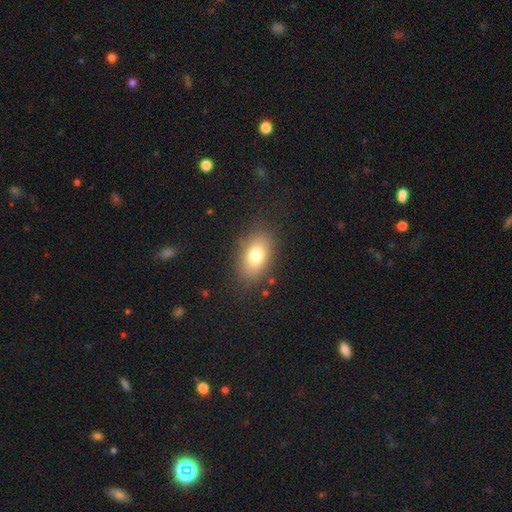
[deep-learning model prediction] smooth_or_featured: smooth (p=0.78) [alt: featured or disk p=0.12]
how_rounded: in between (p=0.87) [alt: round p=0.11]
merging: none (p=0.82) [alt: minor disturbance p=0.12]